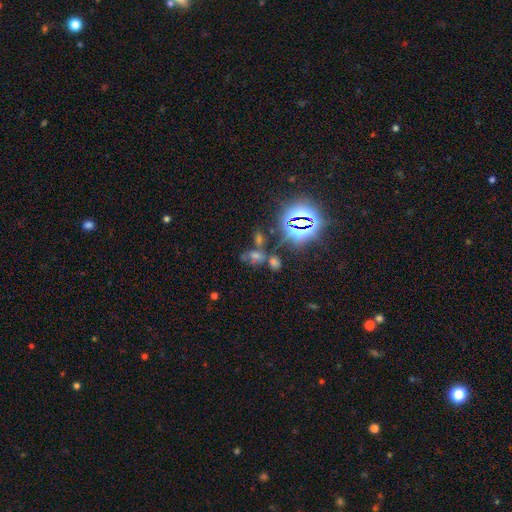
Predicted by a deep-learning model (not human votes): This appears to be a star or artifact, not a galaxy (49%).